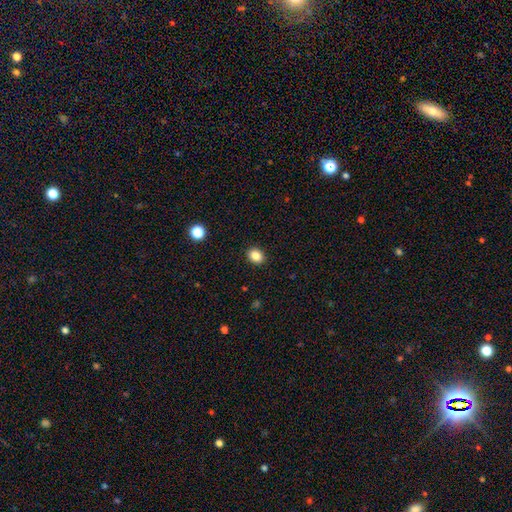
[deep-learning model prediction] Smooth or featured: smooth — 85% (star or artifact — 11%)
How rounded: round — 51% (in between — 48%)
Merging: none — 91% (minor disturbance — 6%)